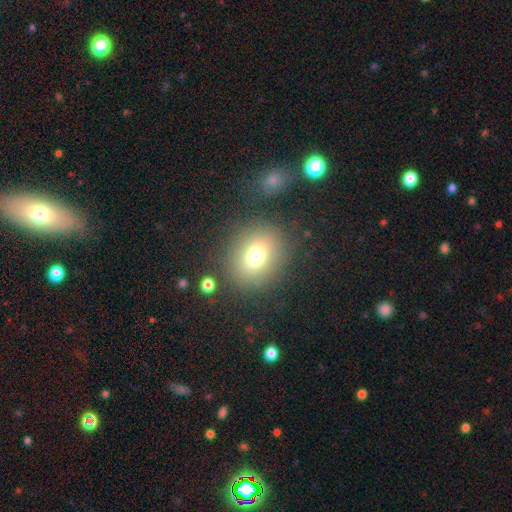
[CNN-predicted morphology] This is likely a smooth galaxy (73%). How rounded: likely round (64%). Merging: clearly none (80%).